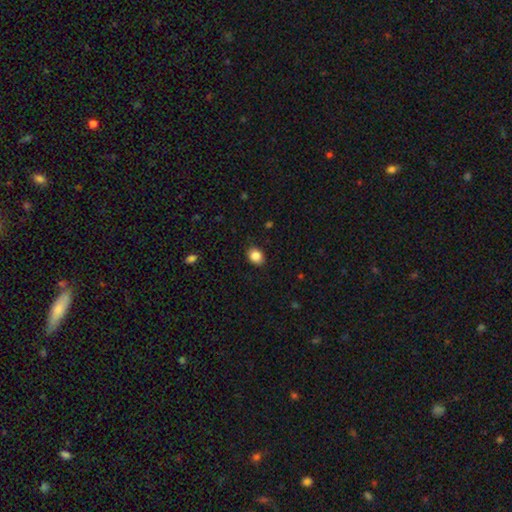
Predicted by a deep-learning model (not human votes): Q: Smooth or featured?
A: smooth (86%); runner-up: star or artifact (9%)
Q: How rounded?
A: in between (54%); runner-up: round (45%)
Q: Merging?
A: none (88%); runner-up: minor disturbance (9%)